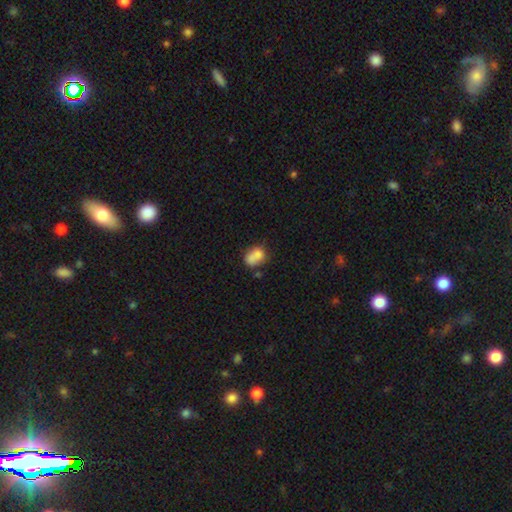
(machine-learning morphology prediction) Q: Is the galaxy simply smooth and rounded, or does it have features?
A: smooth — 76%.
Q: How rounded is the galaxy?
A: in between — 67%.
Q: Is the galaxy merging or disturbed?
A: none — 37%.